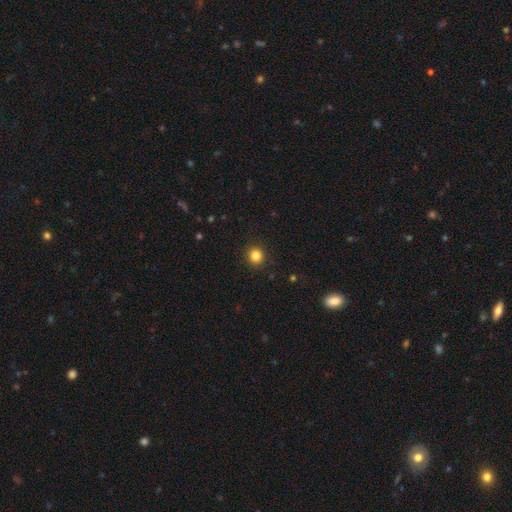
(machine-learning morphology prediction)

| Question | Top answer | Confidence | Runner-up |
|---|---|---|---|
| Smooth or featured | smooth | 84% | star or artifact (12%) |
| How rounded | round | 92% | in between (7%) |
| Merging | none | 92% | minor disturbance (5%) |